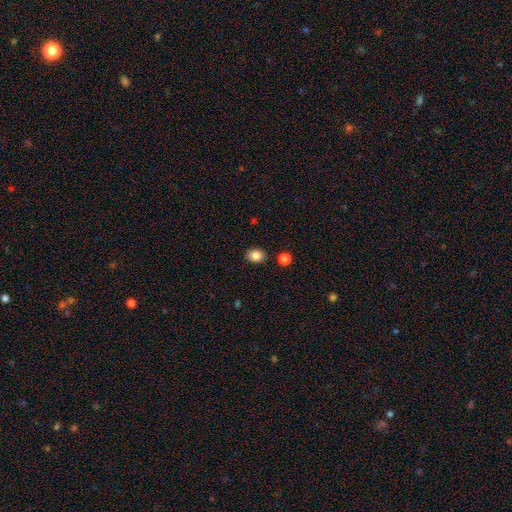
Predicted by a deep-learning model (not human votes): smooth 85%, star or artifact 10%, featured or disk 5%. Down the decision tree: how rounded — in between (53%); merging — none (85%).